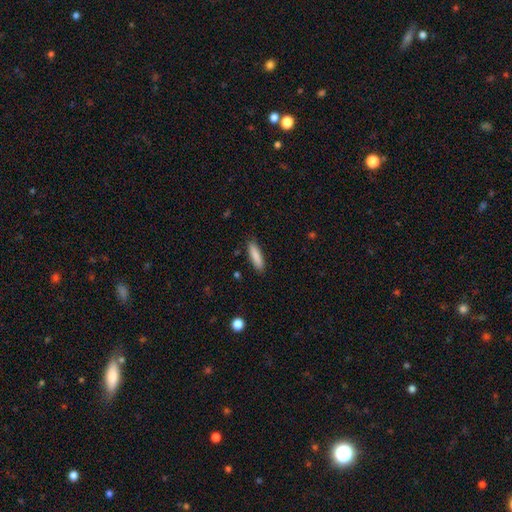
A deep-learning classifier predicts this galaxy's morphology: Smooth or featured? Predicted: smooth (p=0.86). How rounded? Predicted: cigar-shaped (p=0.70). Merging? Predicted: none (p=0.89).